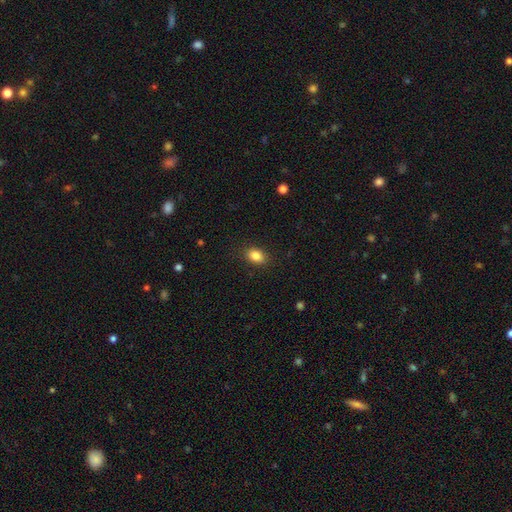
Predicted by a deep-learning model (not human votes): This appears to be a smooth galaxy with no disk features (85%) that is in between round and cigar-shaped (79%). Merging: none (87%).